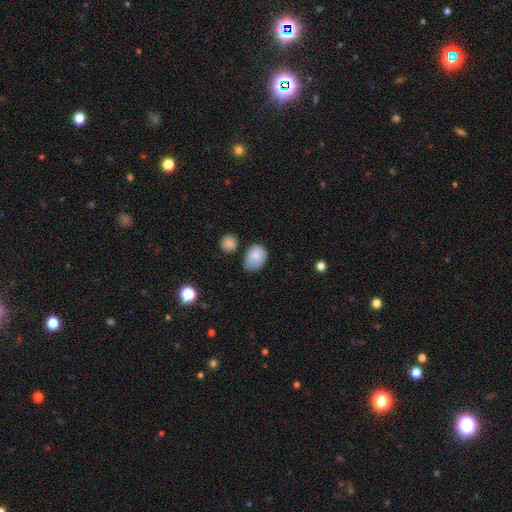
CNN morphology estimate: smooth 79%, featured or disk 13%, star or artifact 8%. Down the decision tree: how rounded — in between (72%); merging — none (47%).